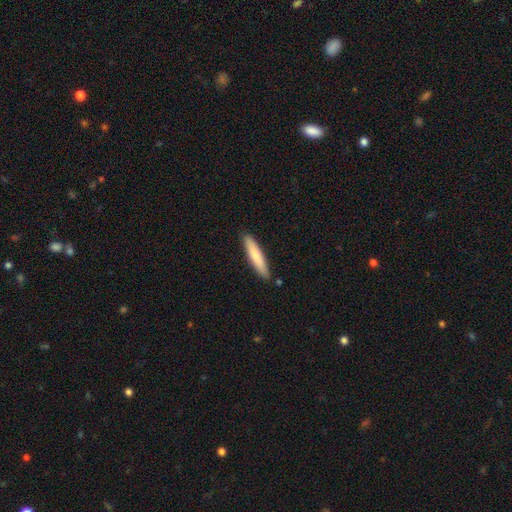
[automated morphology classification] This appears to be a smooth galaxy with no disk features (76%) that is cigar-shaped (87%). Merging: none (87%).